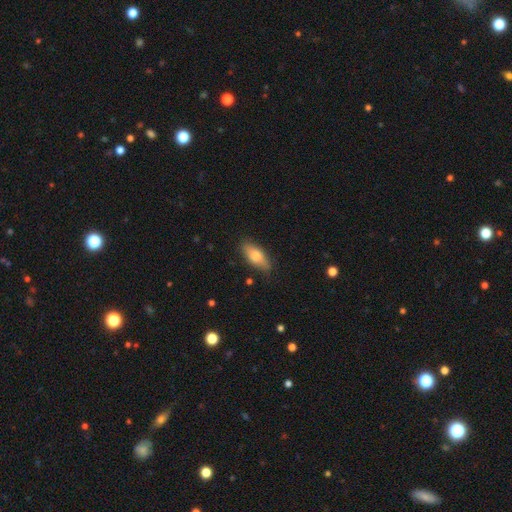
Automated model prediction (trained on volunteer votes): smooth_or_featured: smooth (p=0.76) [alt: featured or disk p=0.18]
how_rounded: in between (p=0.80) [alt: cigar-shaped p=0.17]
merging: none (p=0.79) [alt: minor disturbance p=0.16]